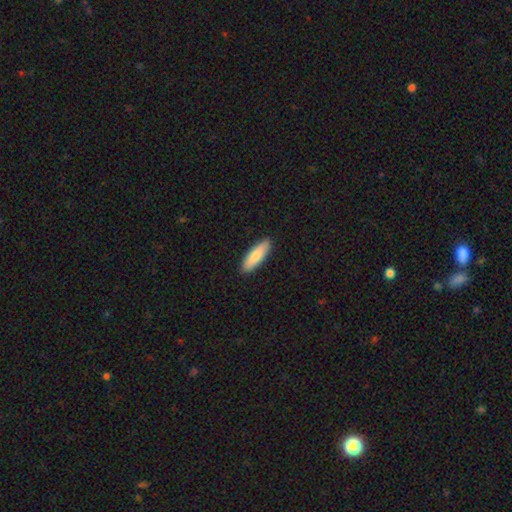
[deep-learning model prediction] A smooth galaxy with no disk features (81%) that is in between round and cigar-shaped (52%). Merging: none (90%).